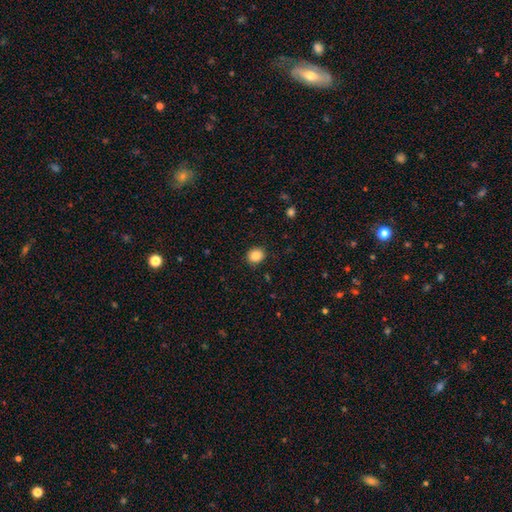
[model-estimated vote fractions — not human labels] This appears to be a smooth galaxy with no disk features (87%) that is round (78%). Merging: none (90%).